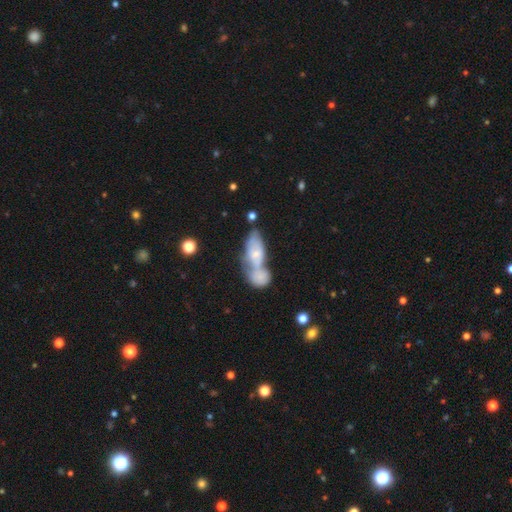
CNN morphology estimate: type=smooth (54%); roundness=in between (75%); merging=merger (68%).